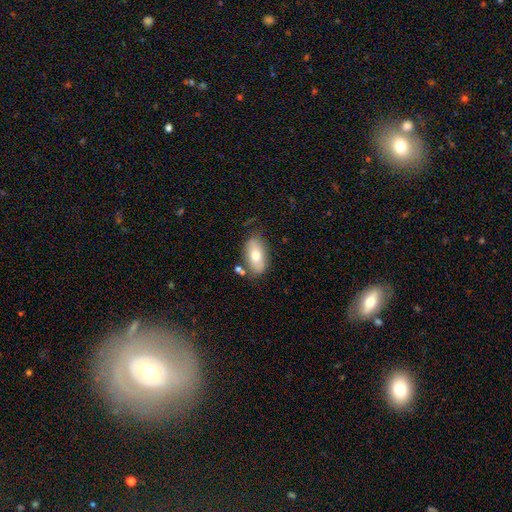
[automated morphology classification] Smooth or featured?
  - smooth: 70% *
  - featured or disk: 24%
  - star or artifact: 7%
How rounded?
  - in between: 92% *
  - round: 4%
  - cigar-shaped: 4%
Merging?
  - none: 71% *
  - minor disturbance: 18%
  - merger: 7%
  - major disturbance: 5%